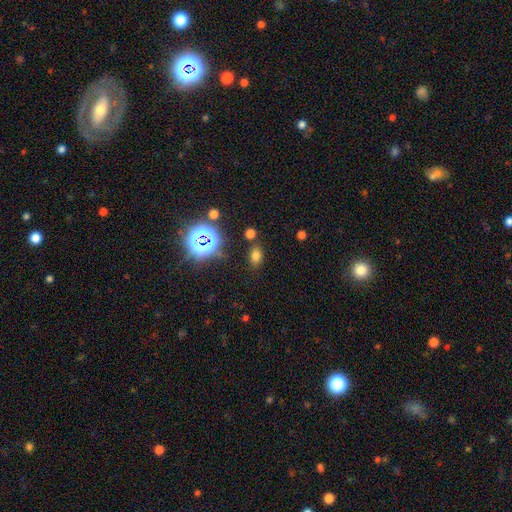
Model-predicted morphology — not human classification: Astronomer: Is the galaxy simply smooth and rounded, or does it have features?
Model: smooth — 66%.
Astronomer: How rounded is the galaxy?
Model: in between — 77%.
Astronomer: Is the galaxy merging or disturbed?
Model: none — 80%.